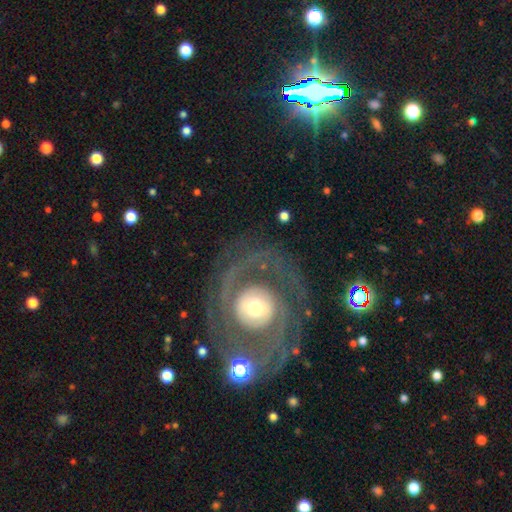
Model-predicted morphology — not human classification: Overall: featured or disk (82%). Edge-on disk: no (97%). Bar: no (74%). Spiral arms: yes (83%). Spiral arm count: 2 (60%). Spiral winding: tight (56%; medium 32%). Bulge size: moderate (45%; small 31%). Merging: none (74%).